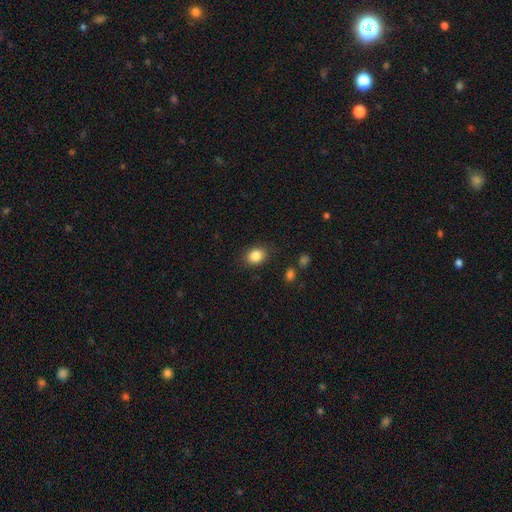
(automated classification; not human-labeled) smooth_or_featured: smooth (p=0.85) [alt: star or artifact p=0.10]
how_rounded: round (p=0.54) [alt: in between p=0.45]
merging: none (p=0.86) [alt: minor disturbance p=0.10]